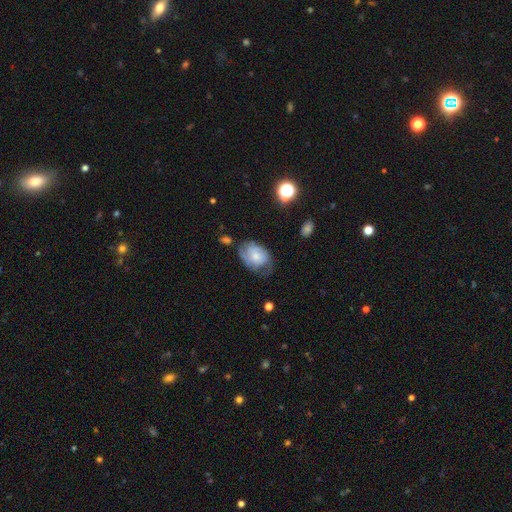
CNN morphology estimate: Q: Smooth or featured?
A: featured or disk (49%); runner-up: smooth (43%)
Q: Merging?
A: none (48%); runner-up: minor disturbance (32%)